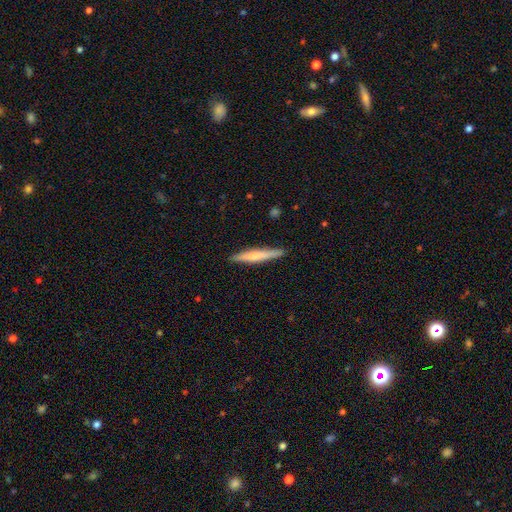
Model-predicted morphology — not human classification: type=smooth (59%); roundness=cigar-shaped (94%); merging=none (90%).